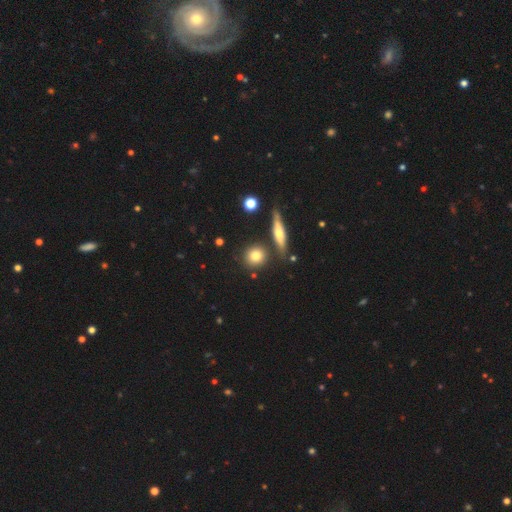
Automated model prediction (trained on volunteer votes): Smooth or featured: smooth — 77% (featured or disk — 14%)
How rounded: round — 81% (in between — 15%)
Merging: none — 78% (minor disturbance — 10%)